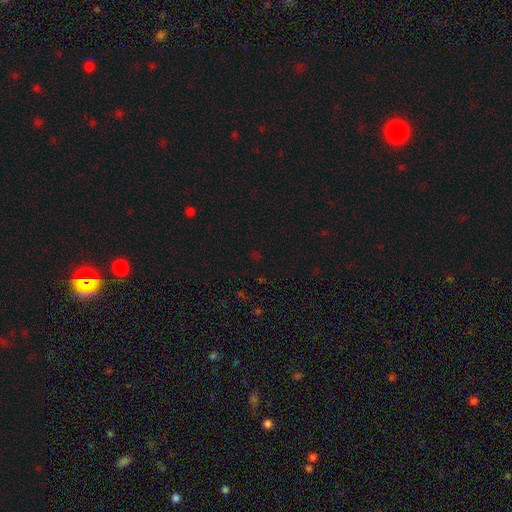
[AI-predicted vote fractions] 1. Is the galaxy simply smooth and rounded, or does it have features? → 67% star or artifact, 26% smooth, 7% featured or disk.